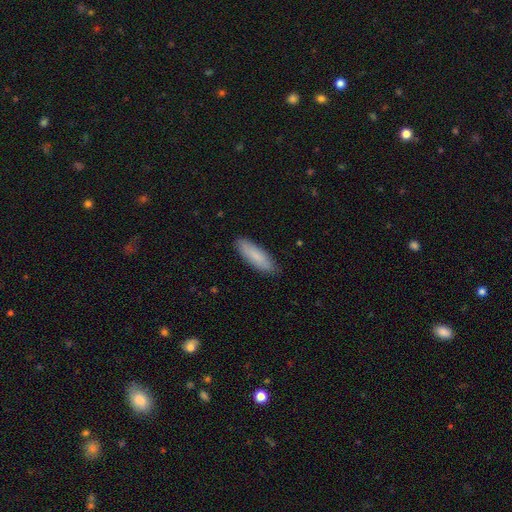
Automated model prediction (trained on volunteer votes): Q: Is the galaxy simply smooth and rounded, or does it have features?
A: smooth — 84%.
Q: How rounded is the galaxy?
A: cigar-shaped — 55%.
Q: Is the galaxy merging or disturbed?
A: none — 86%.